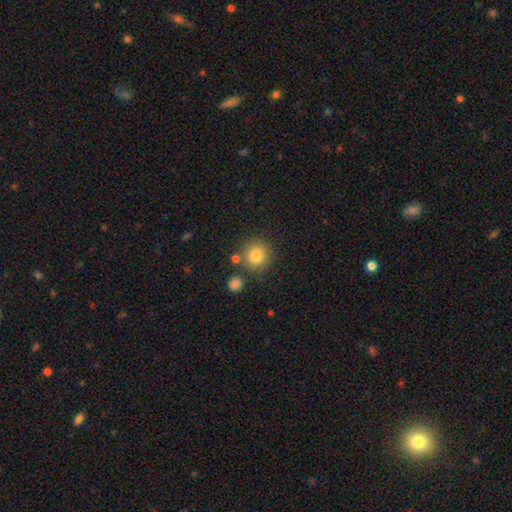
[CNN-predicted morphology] smooth-or-featured: smooth: 83% | star or artifact: 10% | featured or disk: 7%
  how-rounded: round: 90% | in between: 9% | cigar-shaped: 1%
  merging: none: 78% | minor disturbance: 10% | merger: 8% | major disturbance: 3%